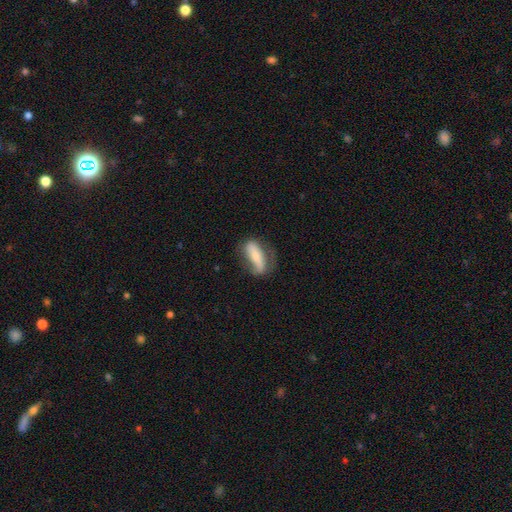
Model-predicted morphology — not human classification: smooth-or-featured: smooth: 54% | featured or disk: 39% | star or artifact: 7%
  how-rounded: in between: 58% | cigar-shaped: 38% | round: 3%
  merging: none: 53% | minor disturbance: 27% | major disturbance: 18% | merger: 2%